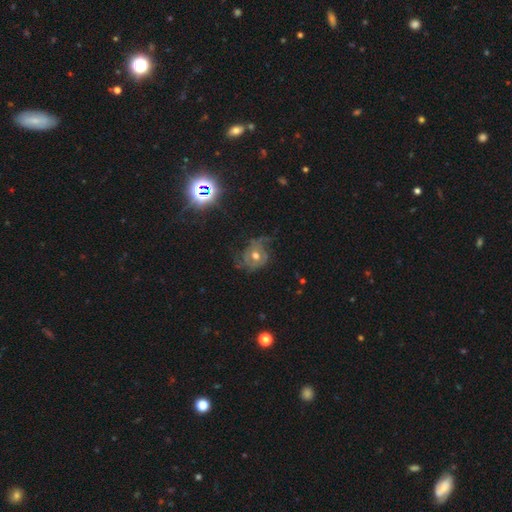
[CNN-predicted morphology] Smooth or featured: featured or disk — 68% (smooth — 19%)
Edge-on disk: no — 96% (yes — 4%)
Bar: no — 74% (weak — 21%)
Spiral arms: yes — 80% (no — 20%)
Spiral winding: medium — 39% (tight — 36%)
Spiral arm count: 2 — 37% (can't tell — 30%)
Bulge size: moderate — 77% (small — 12%)
Merging: none — 50% (minor disturbance — 24%)